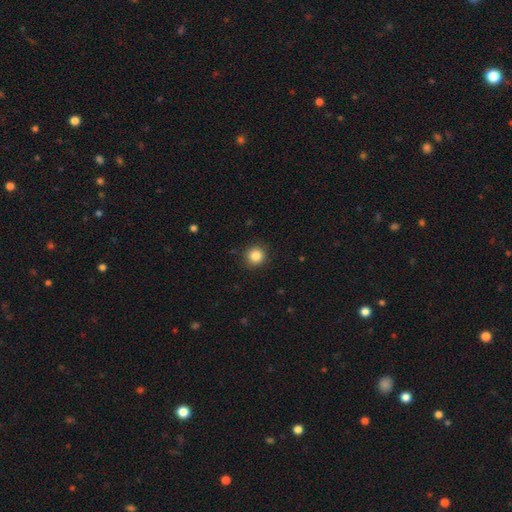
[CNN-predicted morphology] Smooth or featured: smooth — 85% (star or artifact — 10%)
How rounded: round — 94% (in between — 5%)
Merging: none — 91% (minor disturbance — 6%)